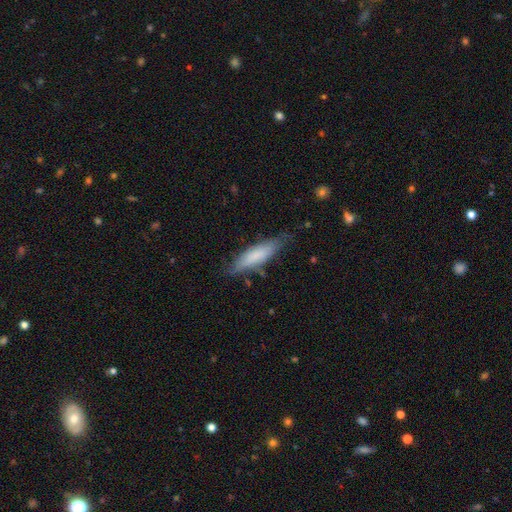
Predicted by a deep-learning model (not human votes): smooth 72%, featured or disk 22%, star or artifact 6%. Down the decision tree: how rounded — cigar-shaped (63%); merging — none (69%).